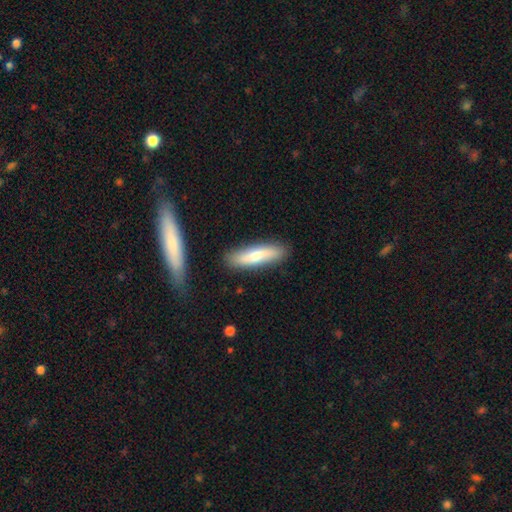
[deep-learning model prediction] Smooth or featured: smooth — 66% (featured or disk — 28%)
How rounded: cigar-shaped — 65% (in between — 33%)
Merging: none — 84% (minor disturbance — 11%)